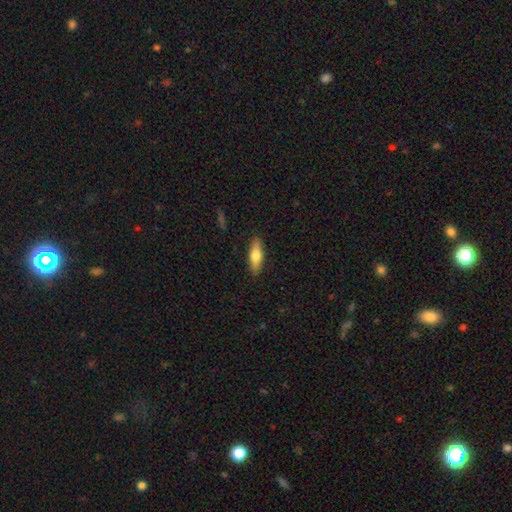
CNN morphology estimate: Smooth or featured: smooth — 63% (featured or disk — 31%)
How rounded: in between — 51% (cigar-shaped — 46%)
Merging: none — 89% (minor disturbance — 8%)